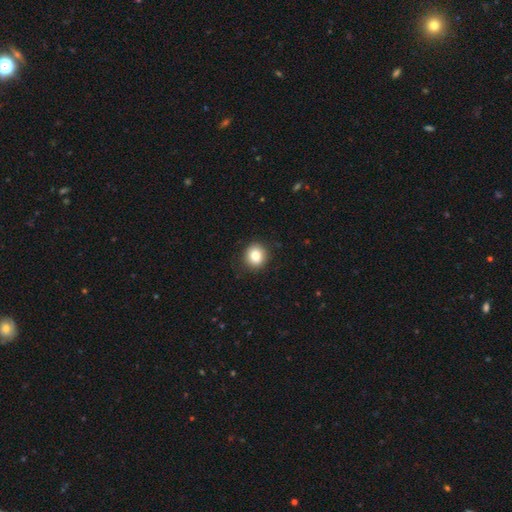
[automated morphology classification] type=smooth (84%); roundness=round (85%); merging=none (88%).